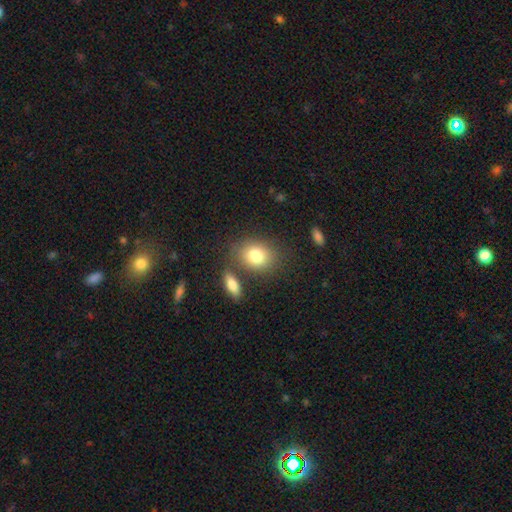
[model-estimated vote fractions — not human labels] Smooth or featured? Predicted: smooth (p=0.81). How rounded? Predicted: in between (p=0.57). Merging? Predicted: none (p=0.69).